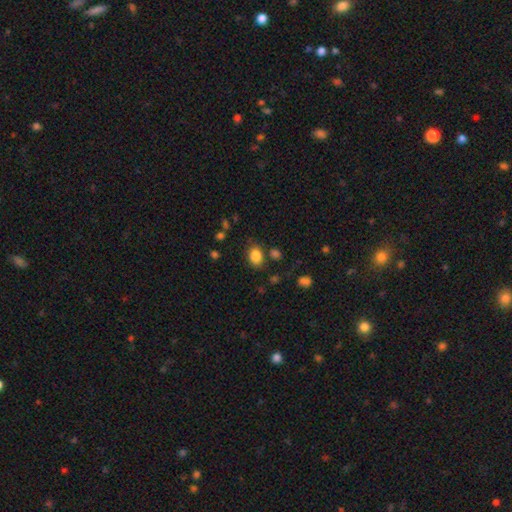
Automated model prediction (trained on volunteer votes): Smooth or featured? Predicted: smooth (p=0.85). How rounded? Predicted: in between (p=0.64). Merging? Predicted: none (p=0.77).